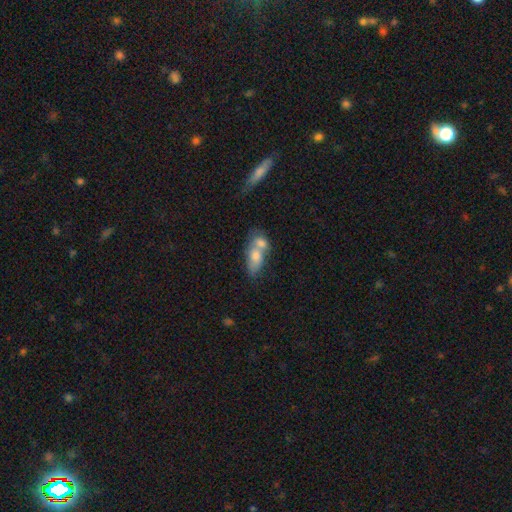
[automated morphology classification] Smooth or featured: smooth — 67% (featured or disk — 25%)
How rounded: in between — 79% (cigar-shaped — 11%)
Merging: merger — 65% (none — 22%)